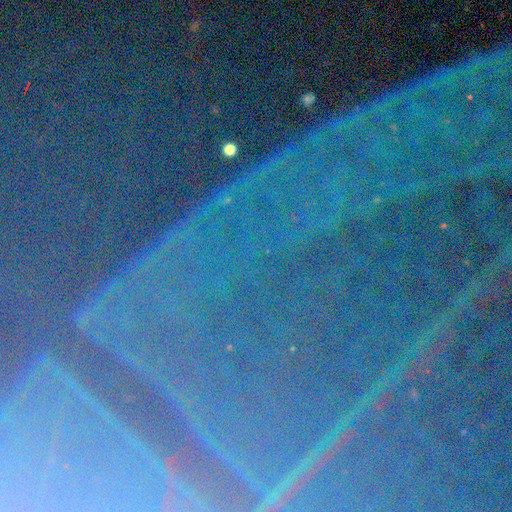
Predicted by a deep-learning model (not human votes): star or artifact 87%, featured or disk 7%, smooth 5%.